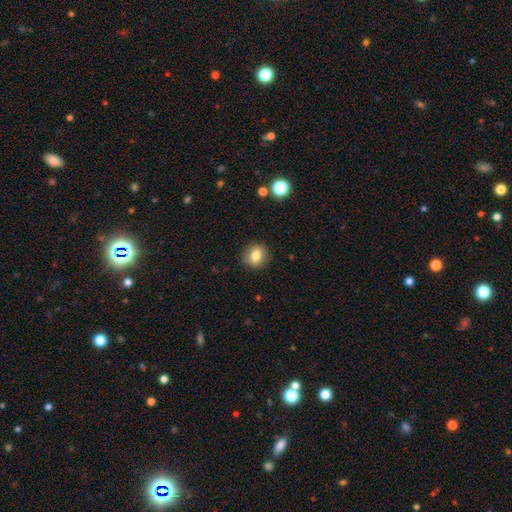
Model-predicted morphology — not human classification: Q: Smooth or featured?
A: smooth (79%); runner-up: star or artifact (11%)
Q: How rounded?
A: round (81%); runner-up: in between (18%)
Q: Merging?
A: none (86%); runner-up: minor disturbance (10%)